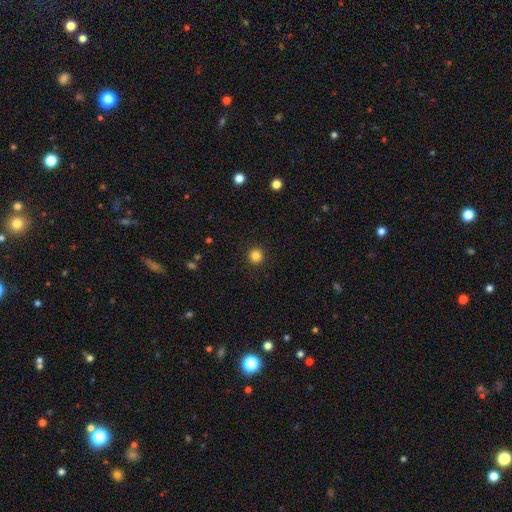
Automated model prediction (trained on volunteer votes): Smooth or featured?
  - smooth: 83% *
  - star or artifact: 12%
  - featured or disk: 5%
How rounded?
  - round: 95% *
  - in between: 4%
  - cigar-shaped: 1%
Merging?
  - none: 92% *
  - minor disturbance: 5%
  - major disturbance: 2%
  - merger: 1%